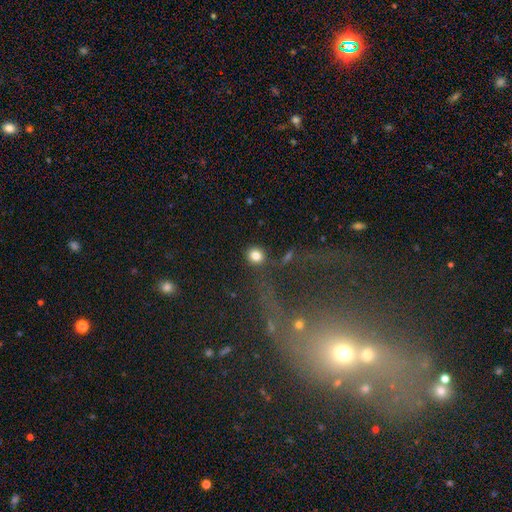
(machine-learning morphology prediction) A smooth galaxy with no disk features (81%) that is round (85%). Merging: none (82%).